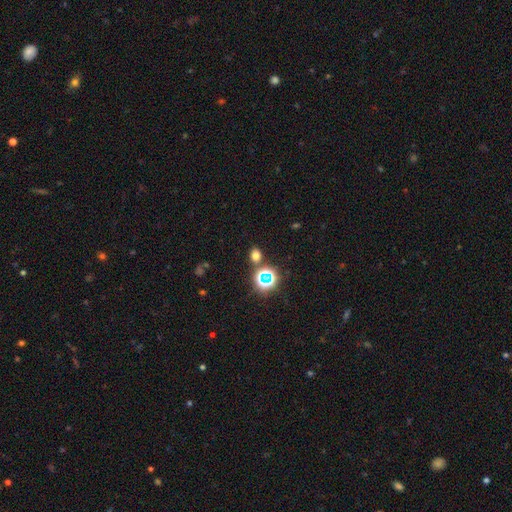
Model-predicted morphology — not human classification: Smooth or featured: smooth — 64% (star or artifact — 30%)
How rounded: round — 60% (in between — 39%)
Merging: none — 81% (minor disturbance — 9%)